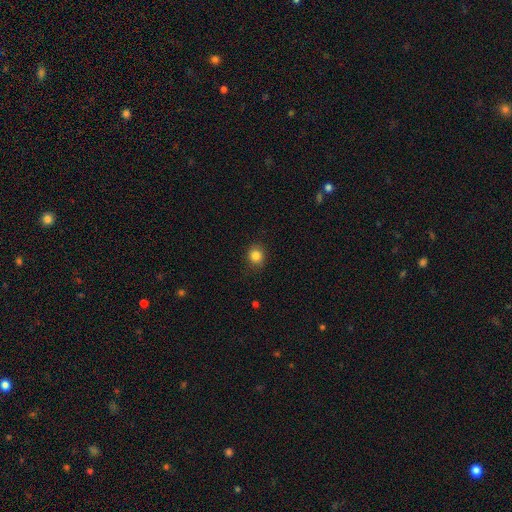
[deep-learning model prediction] Smooth or featured? smooth (85%)
How rounded? round (78%)
Merging? none (85%)